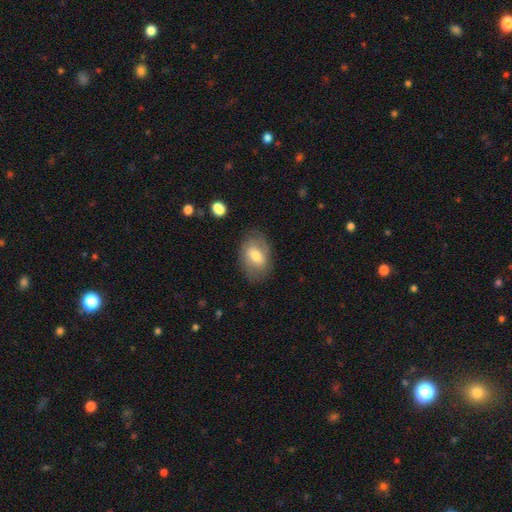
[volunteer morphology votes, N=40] A smooth galaxy with no disk features (55%) that is in between round and cigar-shaped (55%).

Vote fractions:
- Smooth or featured? smooth: 55% / featured or disk: 38% / star or artifact: 8%
- How rounded? in between: 55% / round: 45% / cigar-shaped: 0%
- Merging? none: 70% / minor disturbance: 22% / major disturbance: 8% / merger: 0%